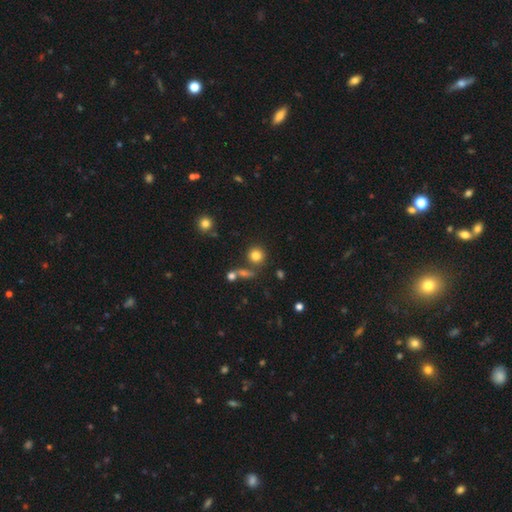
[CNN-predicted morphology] Overall: smooth (80%). How rounded: round (90%). Merging: none (76%).